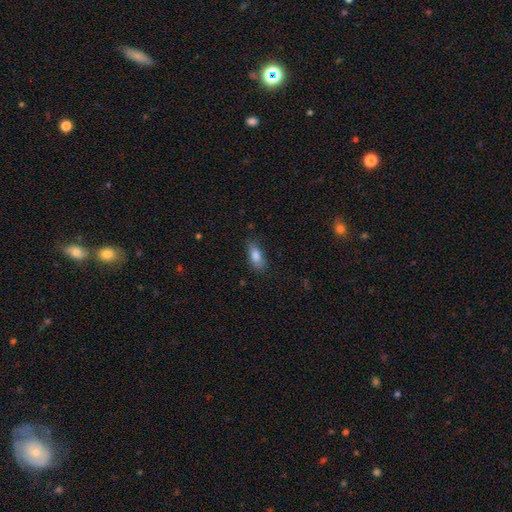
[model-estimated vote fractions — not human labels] A smooth galaxy with no disk features (84%) that is in between round and cigar-shaped (83%). Merging: none (78%).